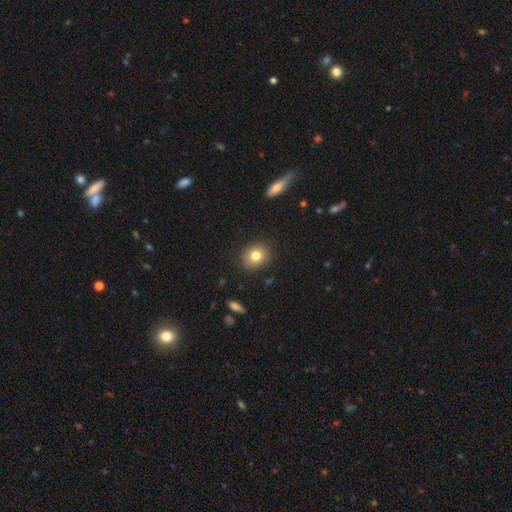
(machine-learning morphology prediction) The model was most divided on "how rounded": round: 65%, in between: 34%, cigar-shaped: 1%. More confident: merging — none (88%); smooth or featured — smooth (80%).